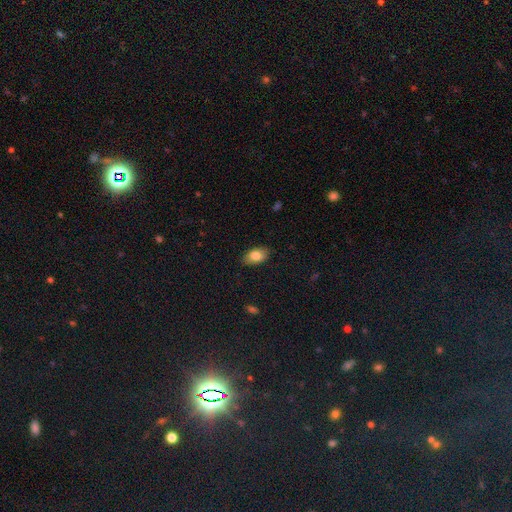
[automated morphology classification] This appears to be a smooth galaxy with no disk features (82%) that is in between round and cigar-shaped (91%). Merging: none (86%).